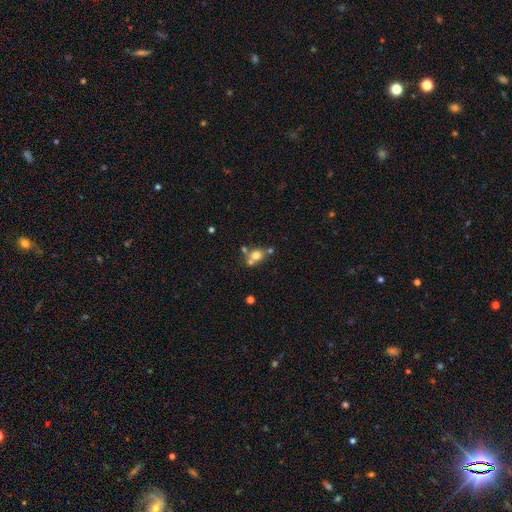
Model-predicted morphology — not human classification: Q: Smooth or featured?
A: smooth (68%); runner-up: featured or disk (18%)
Q: How rounded?
A: round (73%); runner-up: in between (26%)
Q: Merging?
A: none (47%); runner-up: merger (39%)